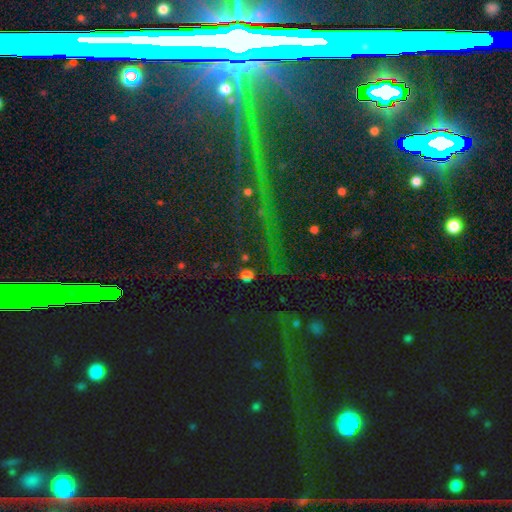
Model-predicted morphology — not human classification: type=star or artifact (82%).